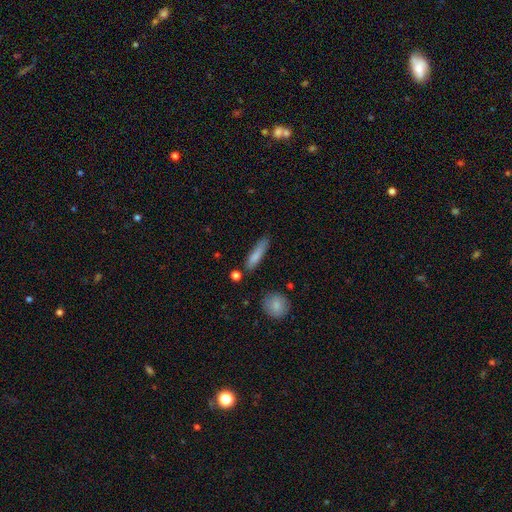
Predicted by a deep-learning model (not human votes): Smooth or featured? smooth (81%)
How rounded? cigar-shaped (76%)
Merging? none (71%)